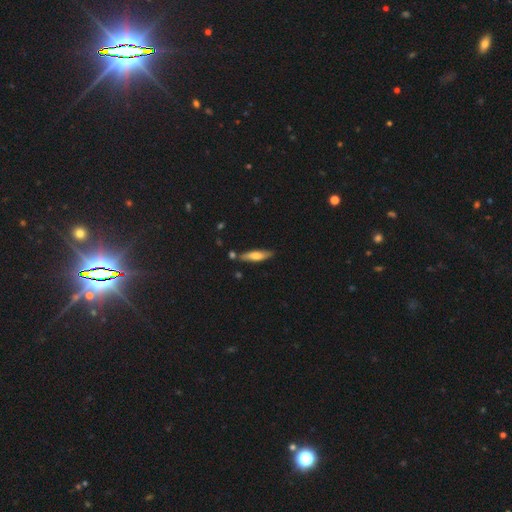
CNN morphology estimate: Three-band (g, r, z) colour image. It shows a smooth galaxy with no disk features (61%) that is cigar-shaped (74%). Merging: none (78%).